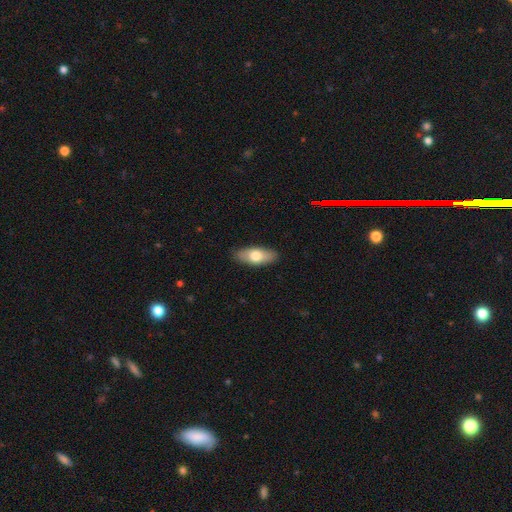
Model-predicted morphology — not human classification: Smooth or featured? Predicted: smooth (p=0.70). How rounded? Predicted: in between (p=0.81). Merging? Predicted: none (p=0.88).